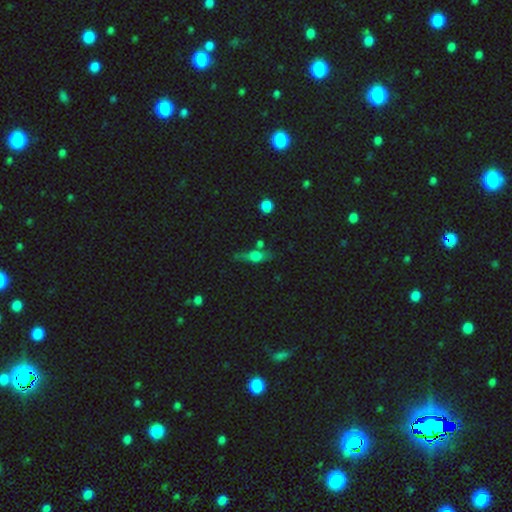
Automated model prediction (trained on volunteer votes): Smooth or featured: featured or disk — 44% (tied with smooth — 44%)
Merging: none — 67% (minor disturbance — 18%)